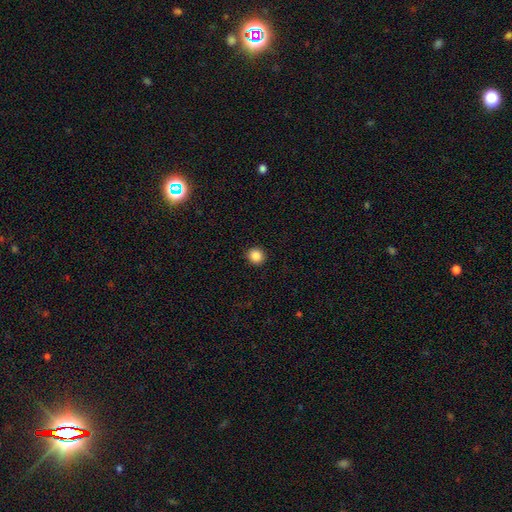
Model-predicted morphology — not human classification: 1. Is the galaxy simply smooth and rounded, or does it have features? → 87% smooth, 10% star or artifact, 3% featured or disk.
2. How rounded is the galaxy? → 89% round, 10% in between, 1% cigar-shaped.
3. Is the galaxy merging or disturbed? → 92% none, 5% minor disturbance, 2% major disturbance, 1% merger.